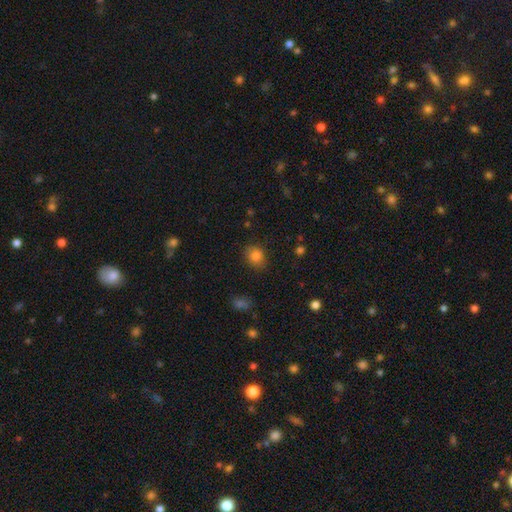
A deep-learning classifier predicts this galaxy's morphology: smooth-or-featured: smooth: 83% | star or artifact: 11% | featured or disk: 6%
  how-rounded: round: 67% | in between: 32% | cigar-shaped: 1%
  merging: none: 81% | minor disturbance: 14% | major disturbance: 4% | merger: 2%